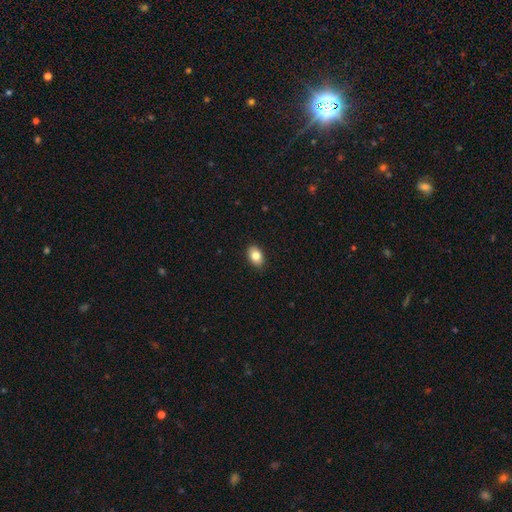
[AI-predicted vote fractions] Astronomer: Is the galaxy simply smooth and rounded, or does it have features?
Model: smooth — 82%.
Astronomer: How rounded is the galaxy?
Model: in between — 87%.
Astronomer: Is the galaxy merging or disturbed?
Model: none — 90%.